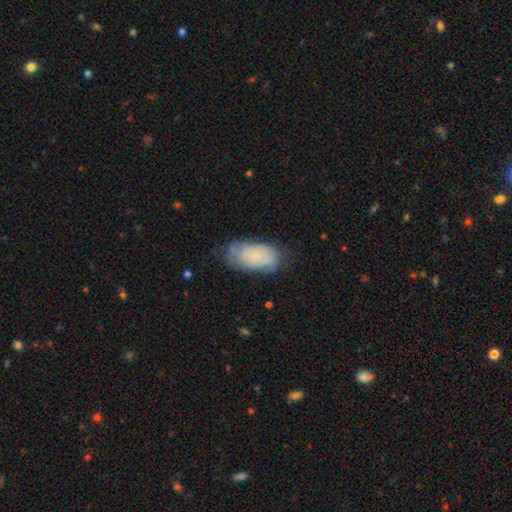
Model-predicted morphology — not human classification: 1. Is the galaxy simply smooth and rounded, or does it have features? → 50% smooth, 42% featured or disk, 8% star or artifact.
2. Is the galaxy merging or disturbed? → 64% none, 26% minor disturbance, 8% major disturbance, 2% merger.